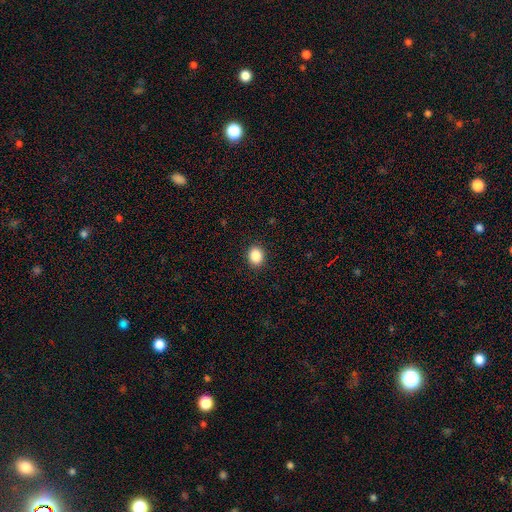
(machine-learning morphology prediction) type=smooth (88%); roundness=round (60%); merging=none (91%).